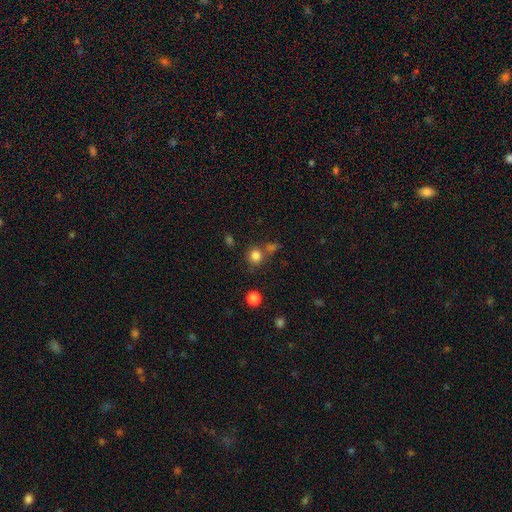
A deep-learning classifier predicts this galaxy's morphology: Overall: smooth (80%). How rounded: round (88%). Merging: none (67%).